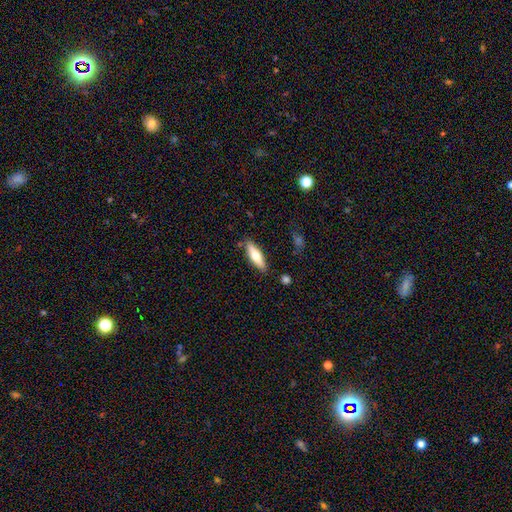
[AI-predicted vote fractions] smooth 64%, featured or disk 30%, star or artifact 6%. Down the decision tree: how rounded — cigar-shaped (52%); merging — none (84%).